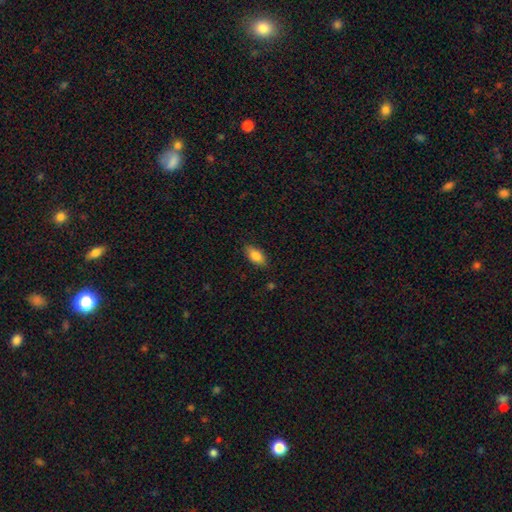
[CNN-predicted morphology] smooth-or-featured: smooth: 83% | featured or disk: 10% | star or artifact: 7%
  how-rounded: in between: 89% | cigar-shaped: 8% | round: 3%
  merging: none: 85% | minor disturbance: 12% | major disturbance: 2% | merger: 1%